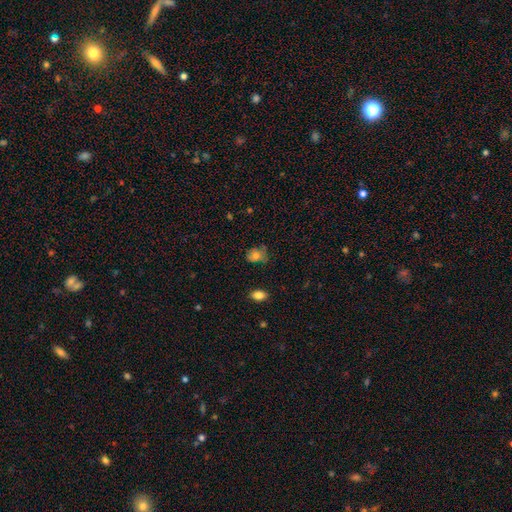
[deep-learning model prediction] Morphology: type=smooth (72%); roundness=in between (54%); merging=none (58%).